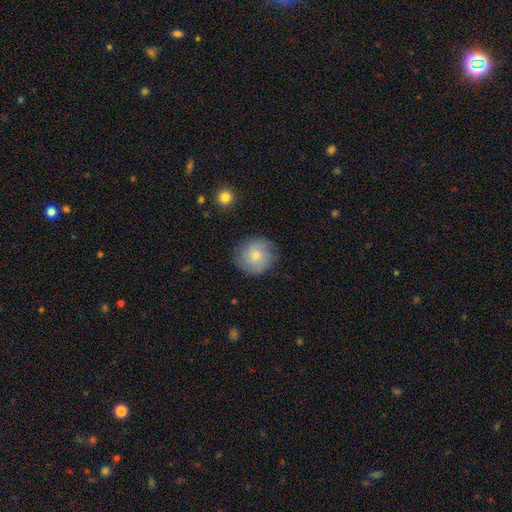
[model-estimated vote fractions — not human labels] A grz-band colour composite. It shows a smooth galaxy with no disk features (75%) that is round (89%). Merging: none (81%).